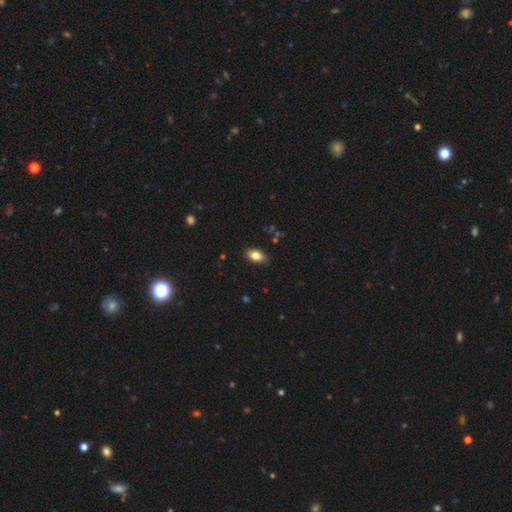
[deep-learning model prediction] Smooth or featured?
  - smooth: 82% *
  - featured or disk: 9%
  - star or artifact: 8%
How rounded?
  - in between: 88% *
  - round: 8%
  - cigar-shaped: 3%
Merging?
  - none: 86% *
  - minor disturbance: 11%
  - major disturbance: 2%
  - merger: 1%